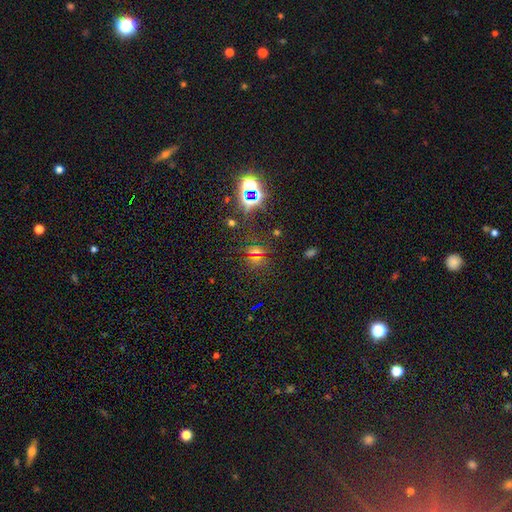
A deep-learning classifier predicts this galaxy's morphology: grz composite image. It shows a star or artifact, not a galaxy (63%).